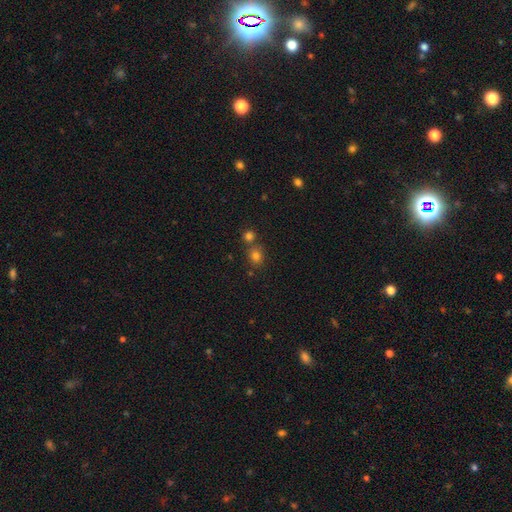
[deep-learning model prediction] smooth 76%, star or artifact 17%, featured or disk 7%. Down the decision tree: how rounded — round (77%); merging — none (63%).